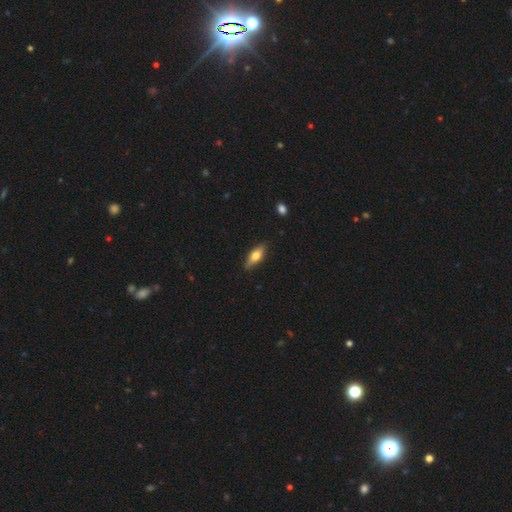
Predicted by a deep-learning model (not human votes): Smooth or featured? Predicted: smooth (p=0.60). How rounded? Predicted: in between (p=0.57). Merging? Predicted: none (p=0.85).